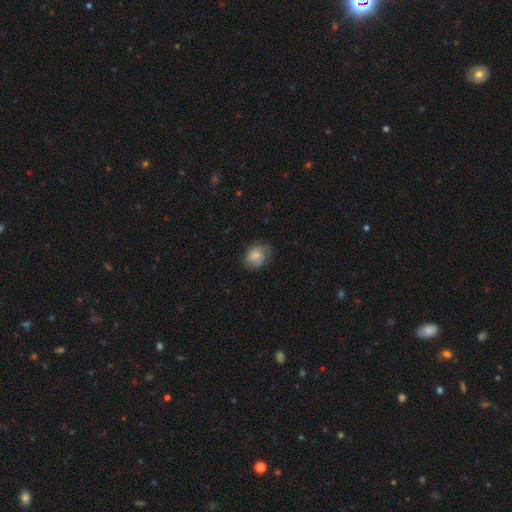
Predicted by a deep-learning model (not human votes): Morphology: type=smooth (72%); roundness=in between (53%); merging=none (61%).